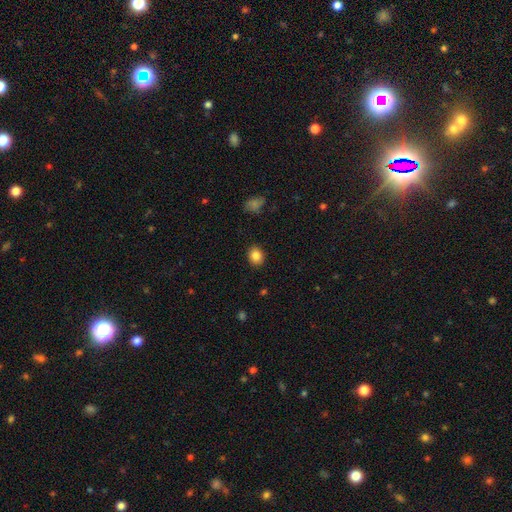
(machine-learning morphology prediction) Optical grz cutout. It shows a smooth galaxy with no disk features (86%) that is round (60%). Merging: none (90%).